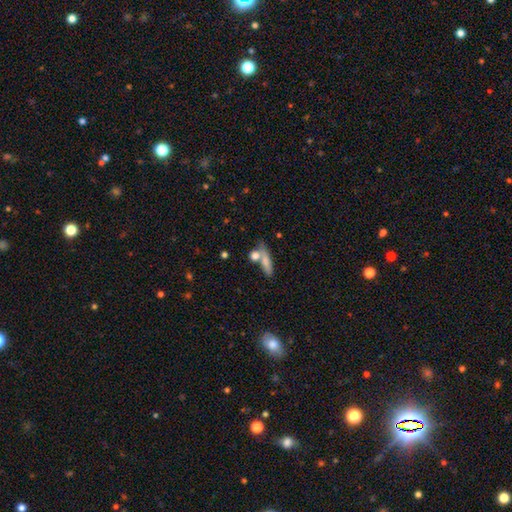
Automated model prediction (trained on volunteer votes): smooth 74%, featured or disk 18%, star or artifact 9%. Down the decision tree: how rounded — cigar-shaped (39%); merging — none (51%).